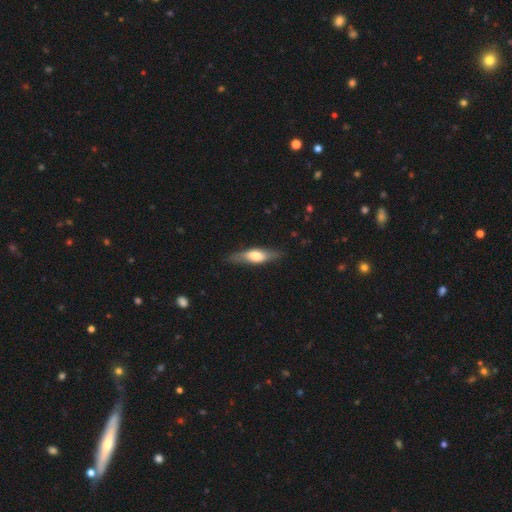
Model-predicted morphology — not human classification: Smooth or featured: smooth — 51% (featured or disk — 43%)
How rounded: cigar-shaped — 54% (in between — 43%)
Merging: none — 80% (minor disturbance — 15%)